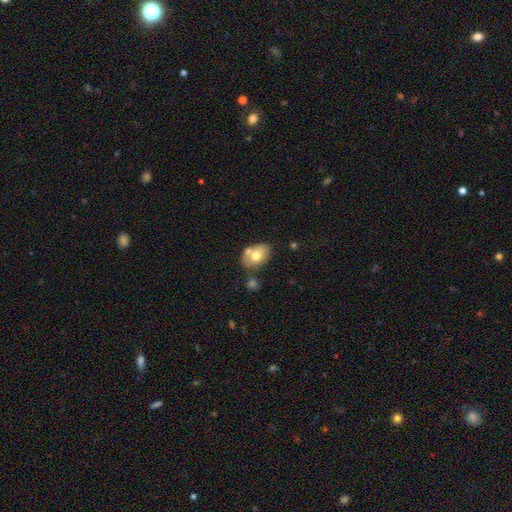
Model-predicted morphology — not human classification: Smooth or featured: smooth — 65% (featured or disk — 28%)
How rounded: in between — 79% (round — 20%)
Merging: none — 53% (merger — 25%)